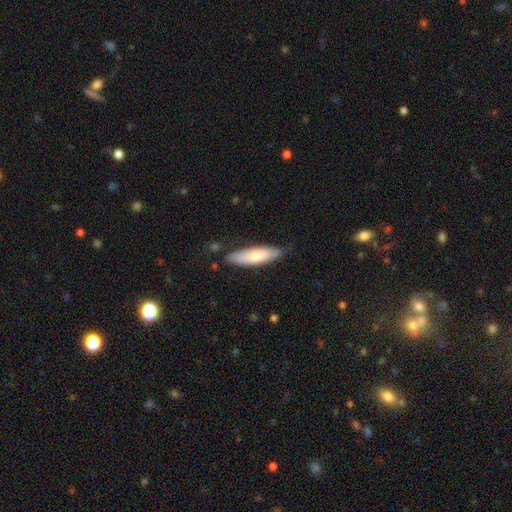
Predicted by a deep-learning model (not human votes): A smooth galaxy with no disk features (70%) that is cigar-shaped (61%).

Vote fractions:
- Smooth or featured? smooth: 70% / featured or disk: 25% / star or artifact: 5%
- How rounded? cigar-shaped: 61% / in between: 37% / round: 1%
- Merging? none: 77% / minor disturbance: 17% / major disturbance: 3% / merger: 2%